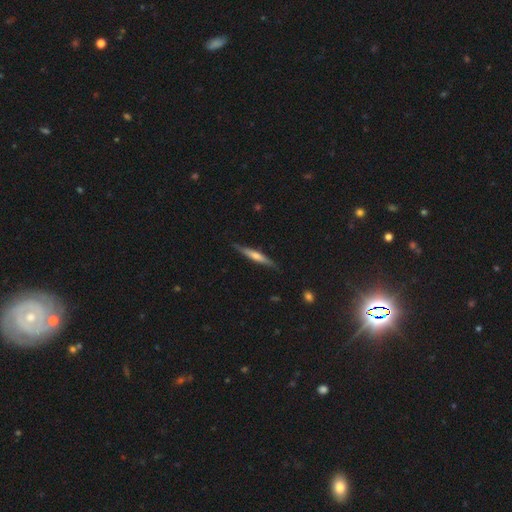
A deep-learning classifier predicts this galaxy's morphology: This appears to be a featured or disk galaxy (55%) viewed edge-on (95%) with a rounded central bulge (65%). Merging: none (84%).